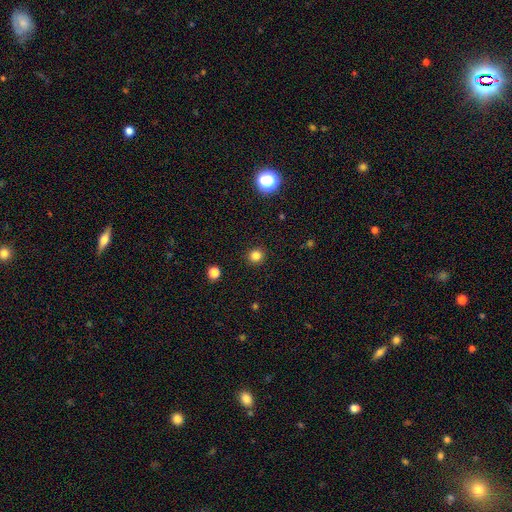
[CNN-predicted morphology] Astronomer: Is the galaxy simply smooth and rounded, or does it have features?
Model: smooth — 82%.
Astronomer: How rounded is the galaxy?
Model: round — 93%.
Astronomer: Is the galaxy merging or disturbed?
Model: none — 92%.